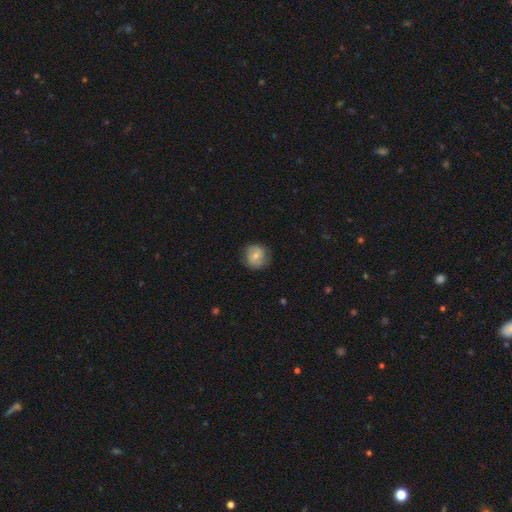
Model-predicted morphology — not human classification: Smooth or featured? smooth (51%)
How rounded? round (83%)
Merging? none (73%)